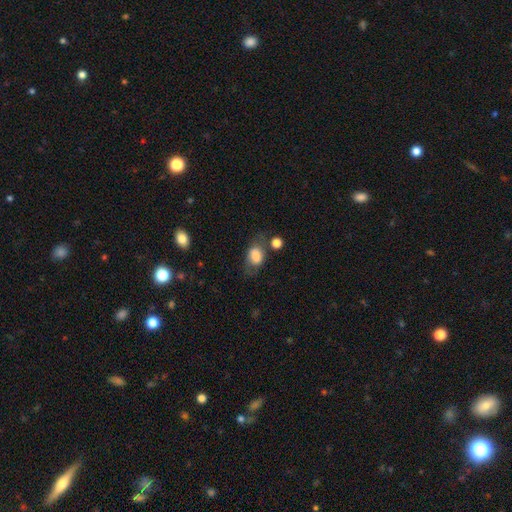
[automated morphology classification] smooth 75%, featured or disk 16%, star or artifact 8%. Down the decision tree: how rounded — in between (75%); merging — none (53%).